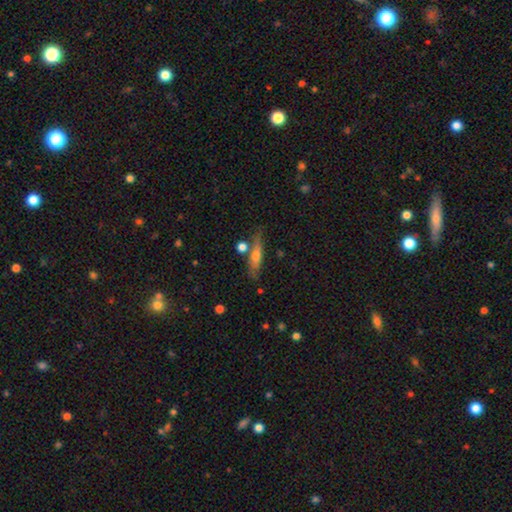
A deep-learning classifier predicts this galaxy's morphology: Overall: smooth (53%; featured or disk 39%). How rounded: cigar-shaped (72%). Merging: none (68%).